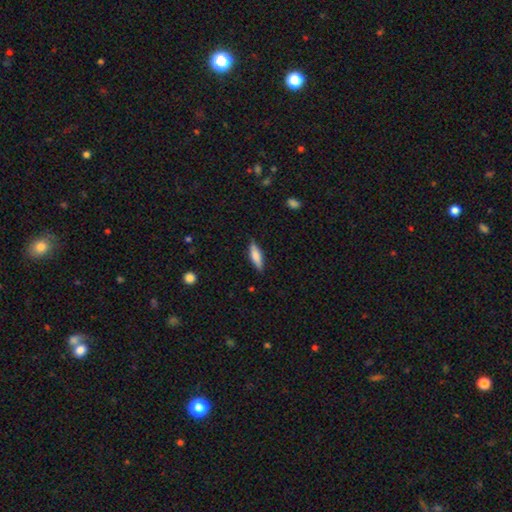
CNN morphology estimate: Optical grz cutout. It shows a smooth galaxy with no disk features (72%) that is cigar-shaped (55%). Merging: none (85%).